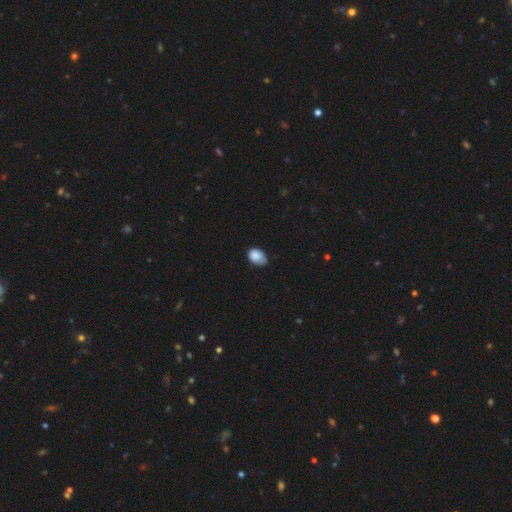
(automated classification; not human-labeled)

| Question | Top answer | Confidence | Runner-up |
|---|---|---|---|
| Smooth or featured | smooth | 85% | star or artifact (8%) |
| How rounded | in between | 76% | round (23%) |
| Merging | none | 50% | minor disturbance (41%) |